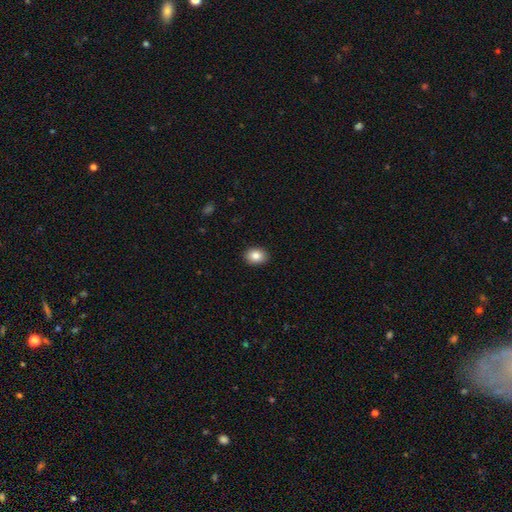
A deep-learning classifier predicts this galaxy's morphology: The model was most divided on "how rounded": in between: 65%, round: 34%, cigar-shaped: 1%. More confident: merging — none (91%); smooth or featured — smooth (85%).